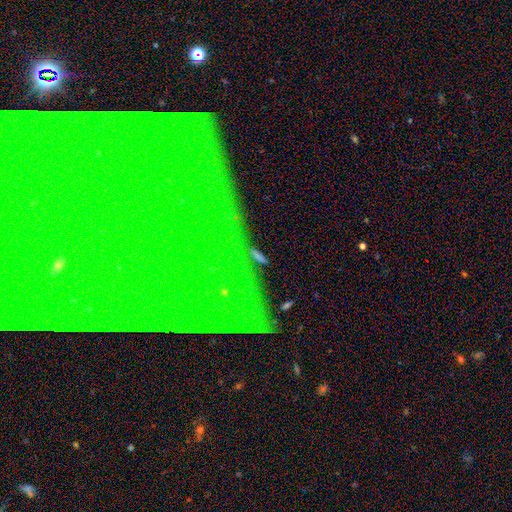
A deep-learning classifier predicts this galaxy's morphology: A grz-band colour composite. It shows a smooth galaxy with no disk features (45%). Merging: none (81%).